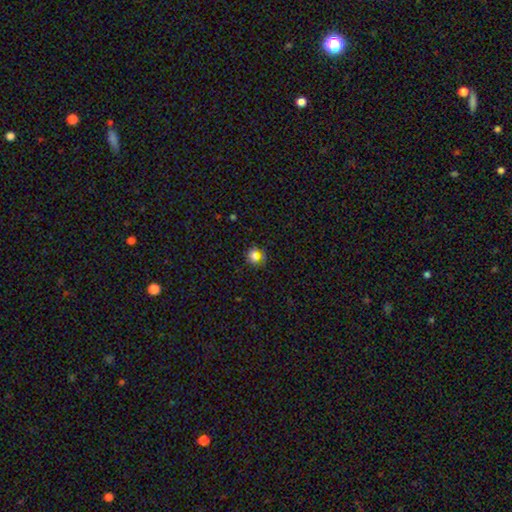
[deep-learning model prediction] This appears to be a smooth galaxy with no disk features (73%) that is round (76%). Merging: none (77%).